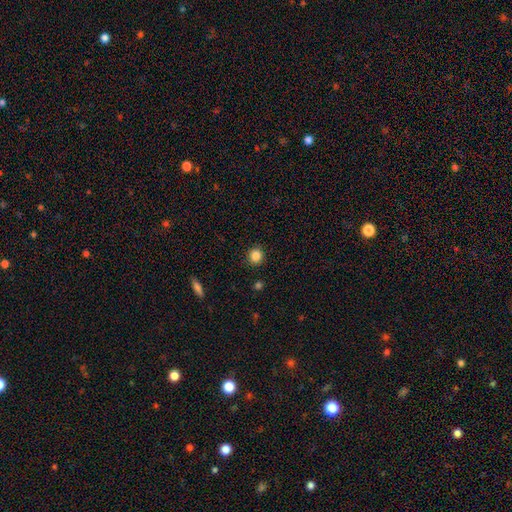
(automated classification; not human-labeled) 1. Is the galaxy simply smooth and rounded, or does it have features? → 85% smooth, 11% star or artifact, 4% featured or disk.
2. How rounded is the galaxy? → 92% round, 8% in between, 1% cigar-shaped.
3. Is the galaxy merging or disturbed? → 91% none, 6% minor disturbance, 2% major disturbance, 1% merger.